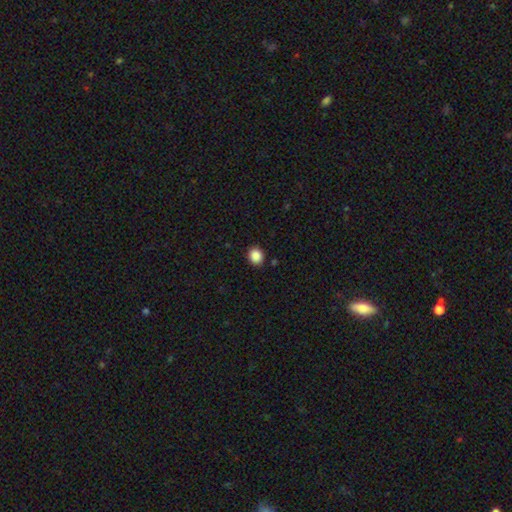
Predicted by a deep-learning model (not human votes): Smooth or featured? smooth (88%)
How rounded? round (81%)
Merging? none (90%)